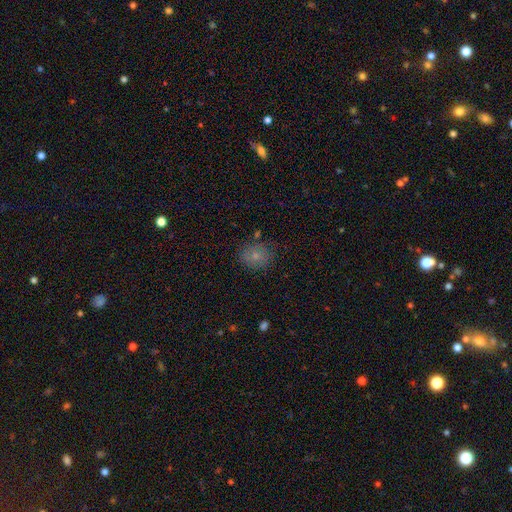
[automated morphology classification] A smooth galaxy with no disk features (76%) that is round (78%).

Vote fractions:
- Smooth or featured? smooth: 76% / featured or disk: 12% / star or artifact: 12%
- How rounded? round: 78% / in between: 21% / cigar-shaped: 1%
- Merging? none: 77% / minor disturbance: 16% / major disturbance: 4% / merger: 3%